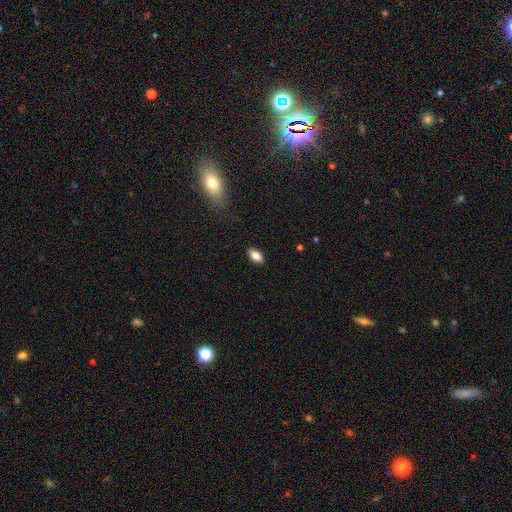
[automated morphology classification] The model was most divided on "smooth or featured": smooth: 82%, featured or disk: 10%, star or artifact: 8%. More confident: how rounded — in between (88%); merging — none (87%).